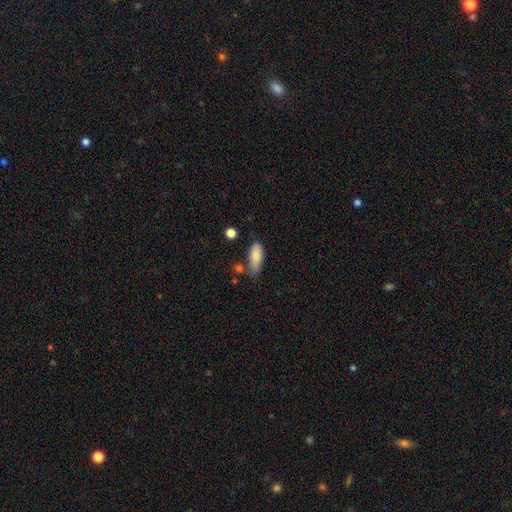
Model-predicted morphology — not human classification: smooth 82%, featured or disk 11%, star or artifact 7%. Down the decision tree: how rounded — in between (72%); merging — none (61%).